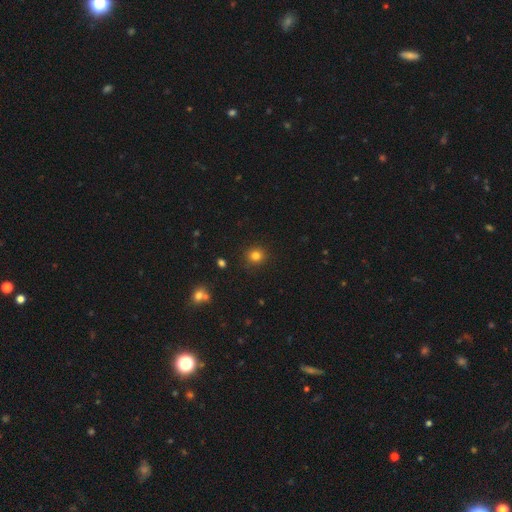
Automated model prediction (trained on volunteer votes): Q: Smooth or featured?
A: smooth (81%); runner-up: star or artifact (14%)
Q: How rounded?
A: round (90%); runner-up: in between (9%)
Q: Merging?
A: none (90%); runner-up: minor disturbance (7%)